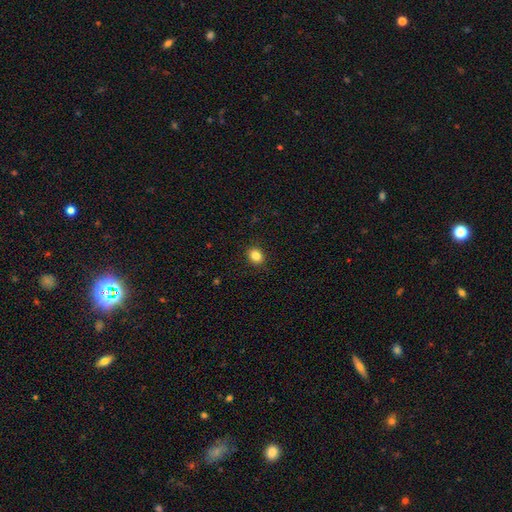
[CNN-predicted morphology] A smooth galaxy with no disk features (85%) that is round (64%). Merging: none (91%).